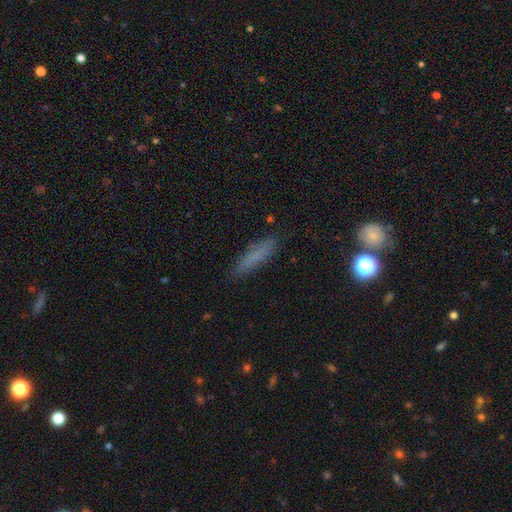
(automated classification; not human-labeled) Overall: smooth (71%). How rounded: cigar-shaped (81%). Merging: none (83%).